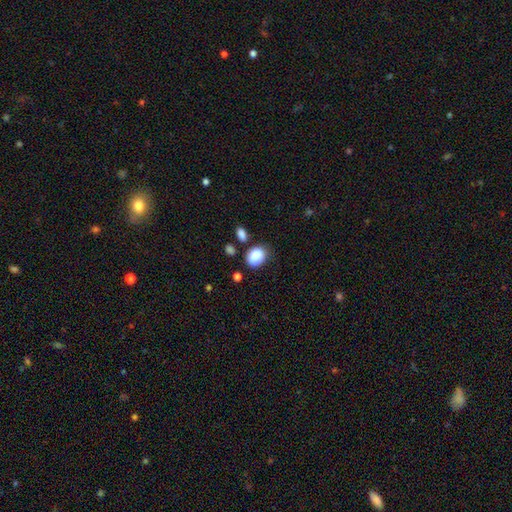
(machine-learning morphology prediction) Smooth or featured? smooth (87%)
How rounded? in between (65%)
Merging? none (66%)